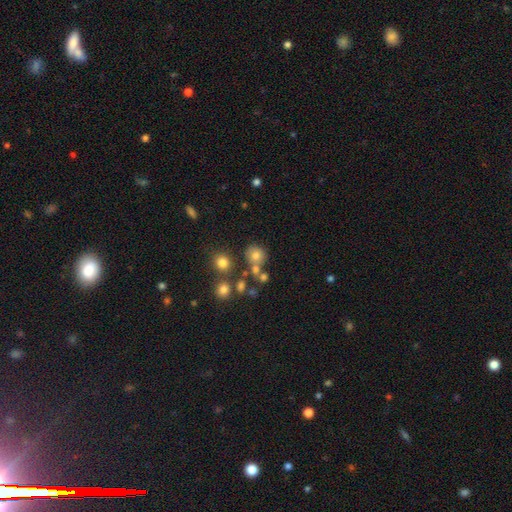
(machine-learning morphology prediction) smooth_or_featured: smooth (p=0.70) [alt: star or artifact p=0.16]
how_rounded: round (p=0.82) [alt: in between p=0.17]
merging: none (p=0.60) [alt: merger p=0.22]